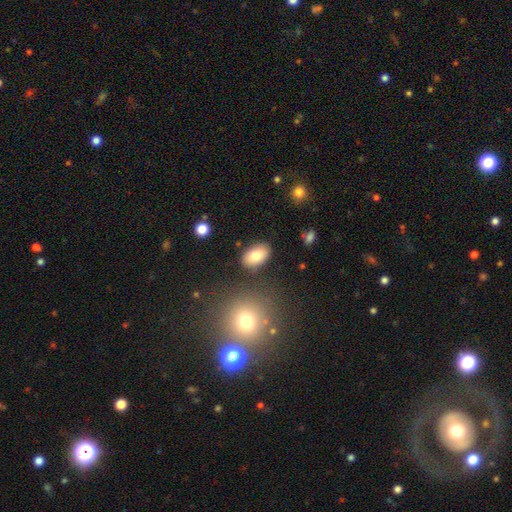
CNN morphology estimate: The model was most divided on "smooth or featured": smooth: 79%, featured or disk: 13%, star or artifact: 8%. More confident: how rounded — in between (90%); merging — none (83%).